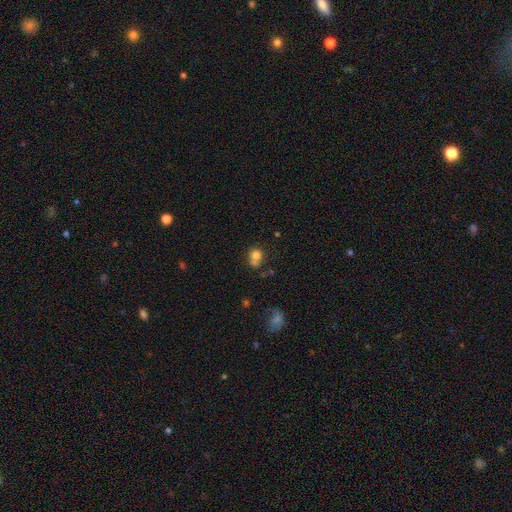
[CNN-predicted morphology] This is likely a smooth galaxy (74%). How rounded: likely round (75%). Merging: marginally merger (43%).